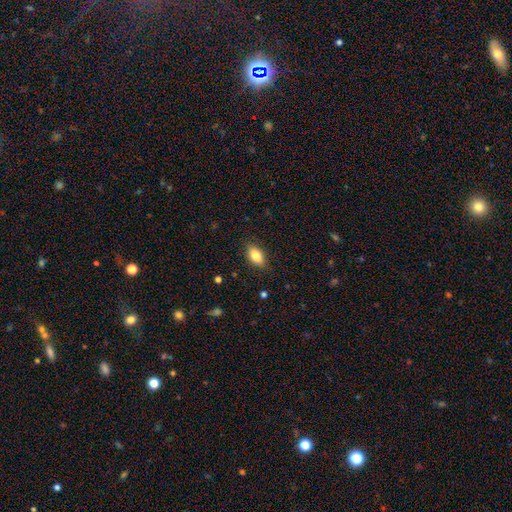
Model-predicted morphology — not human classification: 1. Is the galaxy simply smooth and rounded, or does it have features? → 82% smooth, 10% featured or disk, 8% star or artifact.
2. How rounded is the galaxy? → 89% in between, 6% round, 5% cigar-shaped.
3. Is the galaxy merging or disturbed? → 86% none, 11% minor disturbance, 2% major disturbance, 1% merger.